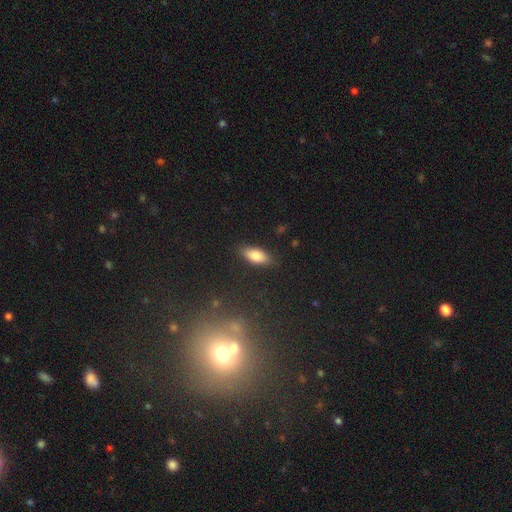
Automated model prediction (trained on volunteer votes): Smooth or featured: smooth — 81% (featured or disk — 12%)
How rounded: in between — 82% (cigar-shaped — 15%)
Merging: none — 85% (minor disturbance — 11%)